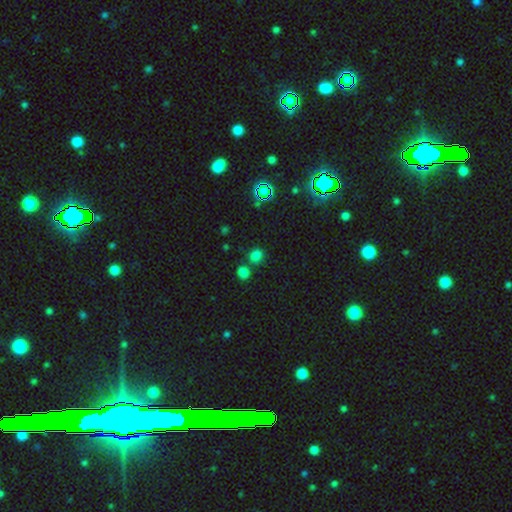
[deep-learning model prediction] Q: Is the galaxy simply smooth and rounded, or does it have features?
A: smooth — 73%.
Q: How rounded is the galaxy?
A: round — 75%.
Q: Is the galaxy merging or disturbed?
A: none — 69%.